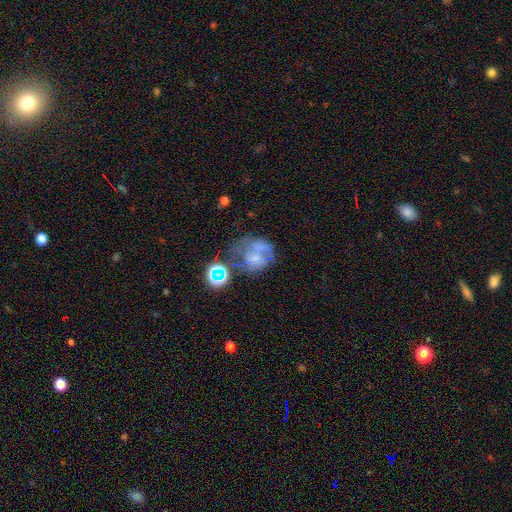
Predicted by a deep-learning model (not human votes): smooth_or_featured: featured or disk (p=0.49) [alt: smooth p=0.32]
merging: none (p=0.34) [alt: major disturbance p=0.30]